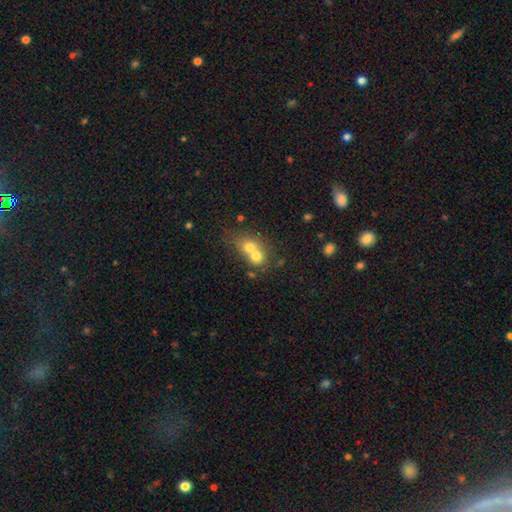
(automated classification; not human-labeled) This appears to be a smooth galaxy with no disk features (67%) that is round (65%). Merging: merger (69%).